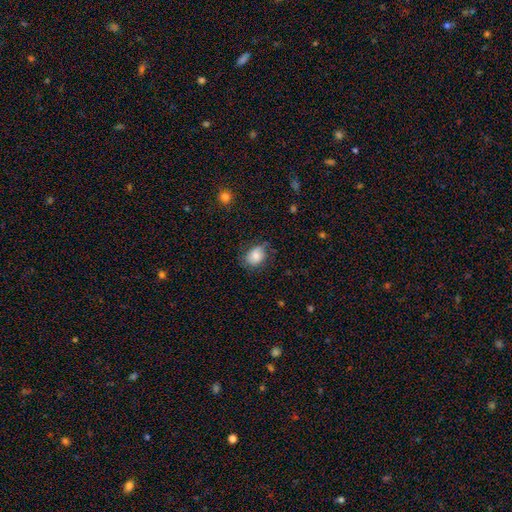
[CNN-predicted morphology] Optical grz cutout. It shows a smooth galaxy with no disk features (78%) that is in between round and cigar-shaped (65%). Merging: none (61%).